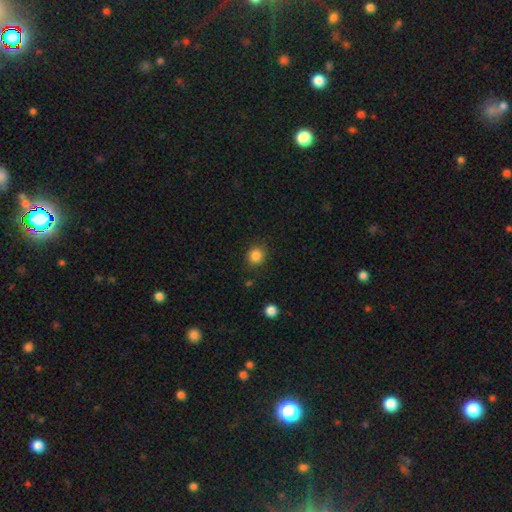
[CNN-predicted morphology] This is clearly a smooth galaxy (85%). How rounded: clearly round (81%). Merging: clearly none (86%).